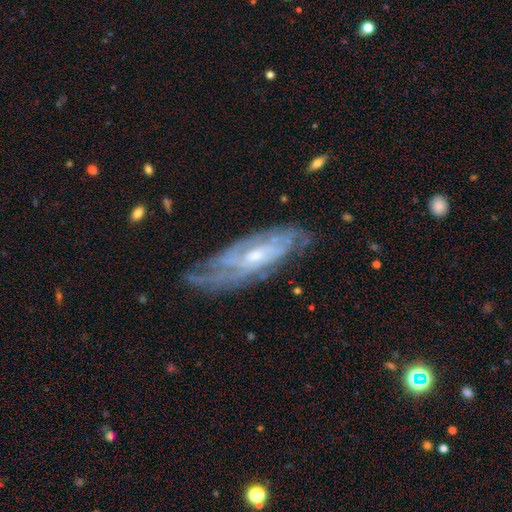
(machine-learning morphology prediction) This is clearly a featured or disk galaxy (86%). It is clearly not viewed edge-on (87%). Bar: possibly no (56%). Spiral arm pattern: clearly yes (95%). Spiral arm count: marginally can't tell (40%). Spiral winding: likely tight (62%). Central bulge: possibly small (57%). Merging: likely none (70%).